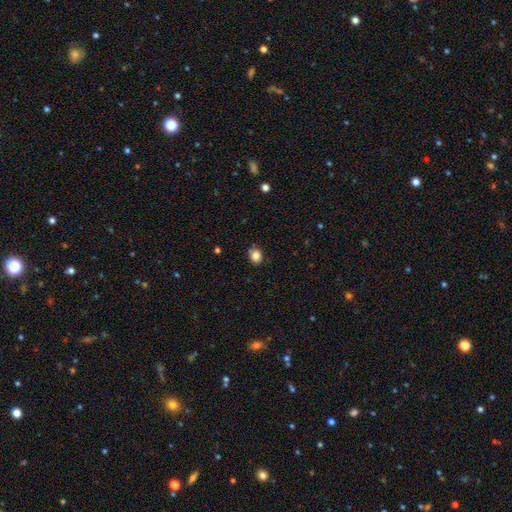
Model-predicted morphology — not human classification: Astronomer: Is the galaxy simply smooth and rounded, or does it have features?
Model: smooth — 85%.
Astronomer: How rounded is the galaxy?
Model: round — 51% (runner-up: in between, 48%).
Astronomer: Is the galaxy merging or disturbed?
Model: none — 82%.